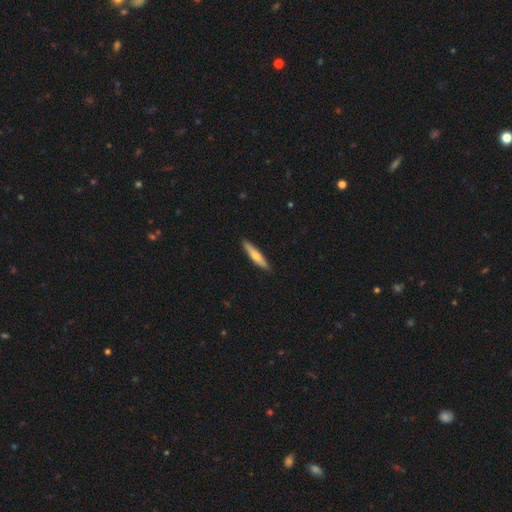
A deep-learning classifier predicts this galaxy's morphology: smooth 59%, featured or disk 35%, star or artifact 5%. Down the decision tree: how rounded — cigar-shaped (86%); merging — none (90%).